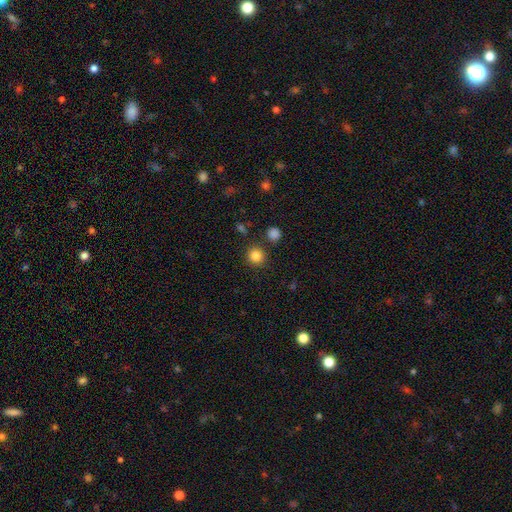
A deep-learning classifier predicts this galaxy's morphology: Q: Smooth or featured?
A: smooth (85%); runner-up: star or artifact (11%)
Q: How rounded?
A: round (93%); runner-up: in between (6%)
Q: Merging?
A: none (86%); runner-up: minor disturbance (7%)